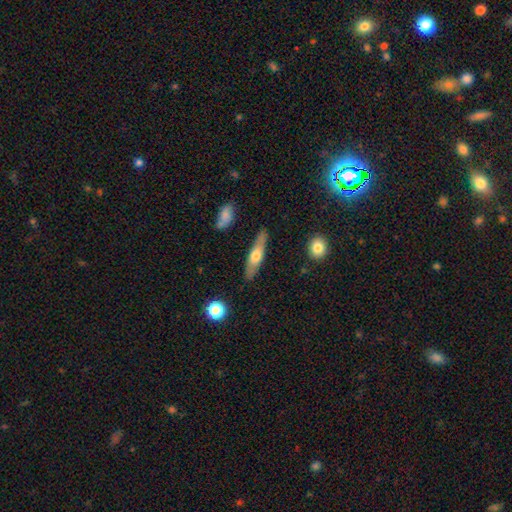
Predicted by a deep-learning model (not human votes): Smooth or featured? smooth (51%)
How rounded? cigar-shaped (73%)
Merging? none (85%)